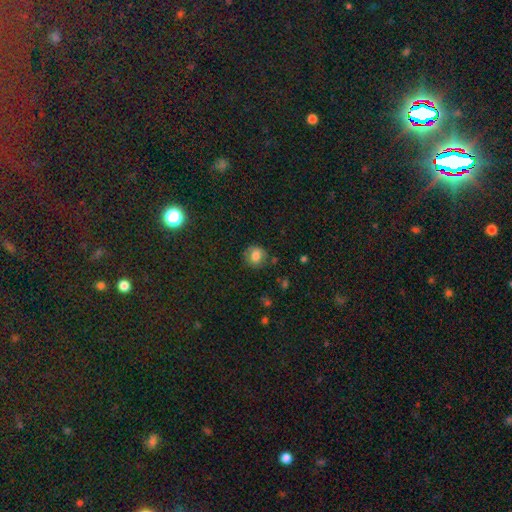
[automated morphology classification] This appears to be a smooth galaxy with no disk features (77%) that is round (83%). Merging: none (77%).